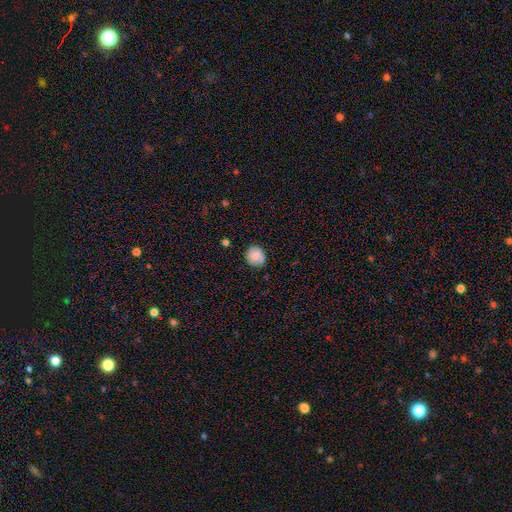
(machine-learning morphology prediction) smooth_or_featured: smooth (p=0.72) [alt: featured or disk p=0.19]
how_rounded: round (p=0.84) [alt: in between p=0.15]
merging: none (p=0.80) [alt: minor disturbance p=0.15]